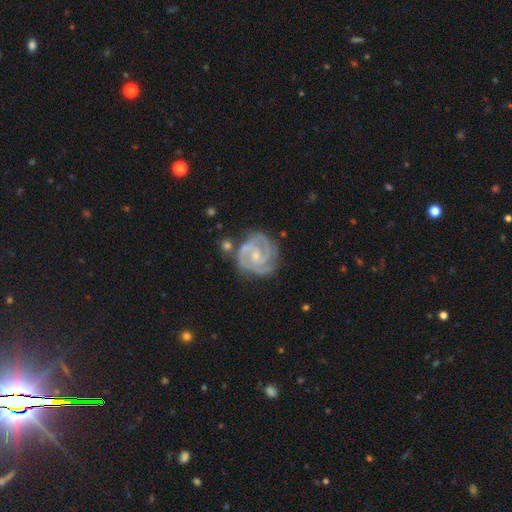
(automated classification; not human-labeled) This appears to be a featured or disk galaxy (91%) with no bar (54%), 3 (43%) tight (67%) spiral arms (98%) and a small central bulge (60%). Merging: none (70%).